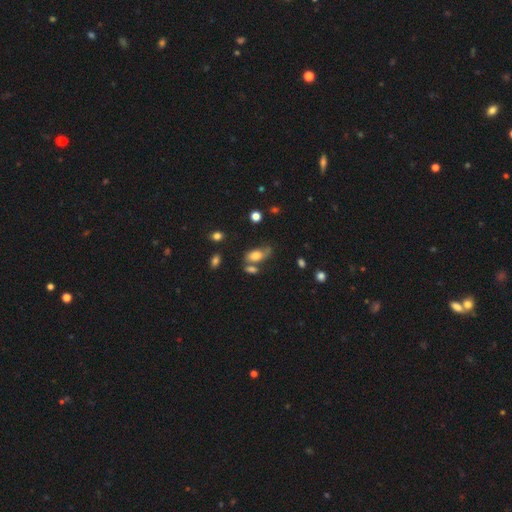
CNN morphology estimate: Overall: smooth (71%). How rounded: in between (87%). Merging: none (44%; minor disturbance 24%).